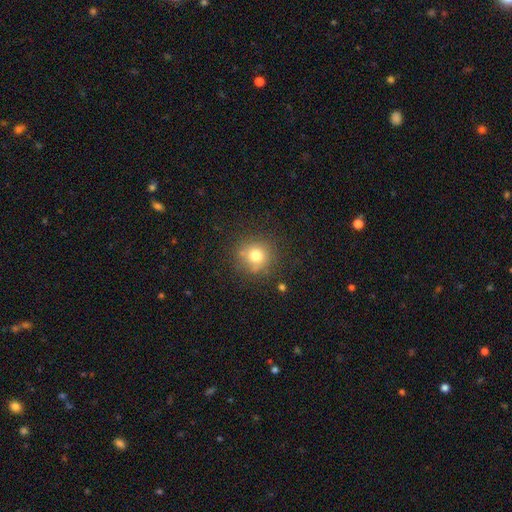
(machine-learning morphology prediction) Q: Smooth or featured?
A: smooth (76%); runner-up: star or artifact (14%)
Q: How rounded?
A: round (89%); runner-up: in between (10%)
Q: Merging?
A: none (77%); runner-up: minor disturbance (15%)